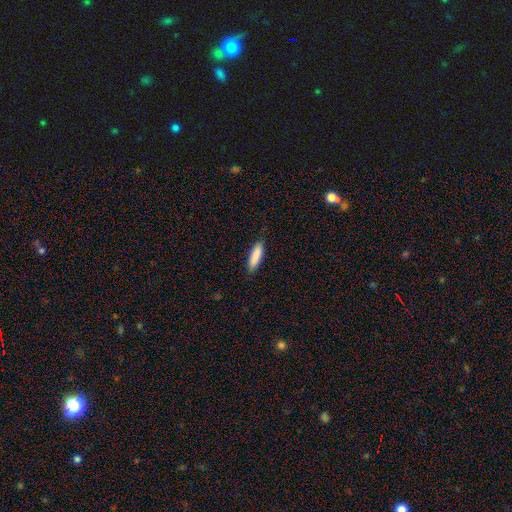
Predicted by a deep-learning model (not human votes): smooth 87%, featured or disk 7%, star or artifact 6%. Down the decision tree: how rounded — cigar-shaped (62%); merging — none (86%).